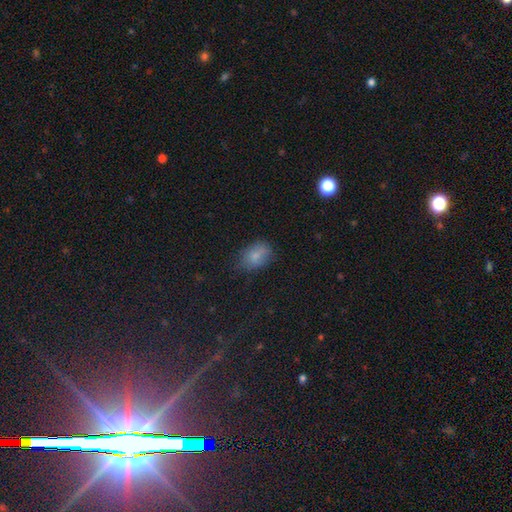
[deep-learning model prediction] The model was most divided on "merging": none: 66%, minor disturbance: 25%, major disturbance: 7%, merger: 2%. More confident: how rounded — in between (78%); smooth or featured — smooth (78%).